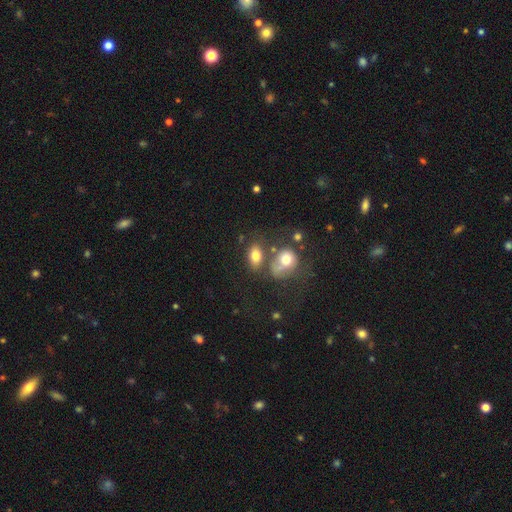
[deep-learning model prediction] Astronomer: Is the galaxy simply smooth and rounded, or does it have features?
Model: smooth — 76%.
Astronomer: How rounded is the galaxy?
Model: in between — 83%.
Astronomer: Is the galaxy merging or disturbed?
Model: none — 51% (runner-up: merger, 28%).